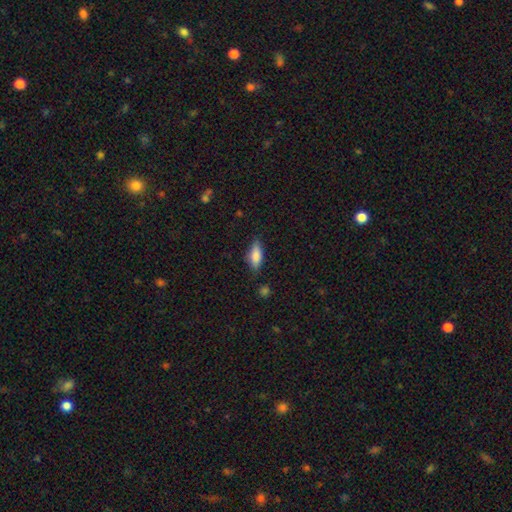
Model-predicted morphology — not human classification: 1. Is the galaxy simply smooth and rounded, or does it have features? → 79% smooth, 14% featured or disk, 7% star or artifact.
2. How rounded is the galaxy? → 72% in between, 26% cigar-shaped, 3% round.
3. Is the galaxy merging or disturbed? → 76% none, 18% minor disturbance, 4% major disturbance, 2% merger.